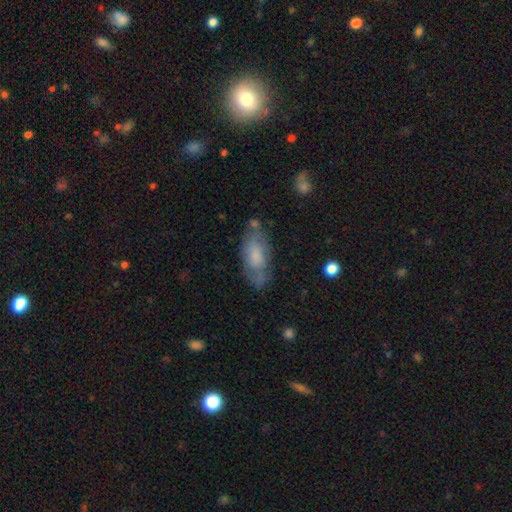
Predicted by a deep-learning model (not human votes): Smooth or featured? smooth (60%)
How rounded? in between (84%)
Merging? none (61%)